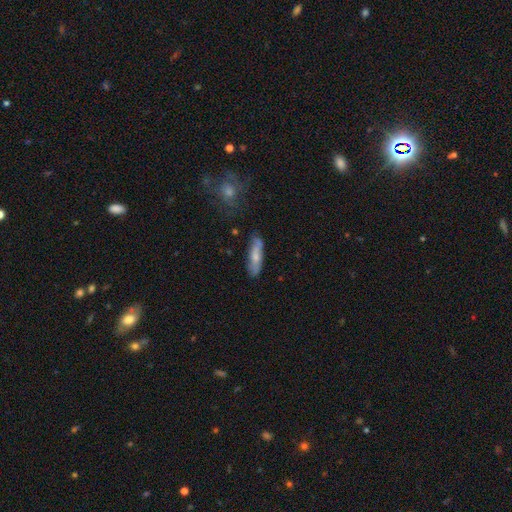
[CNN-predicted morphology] Overall: smooth (59%; featured or disk 35%). How rounded: cigar-shaped (58%; in between 40%). Merging: none (72%).